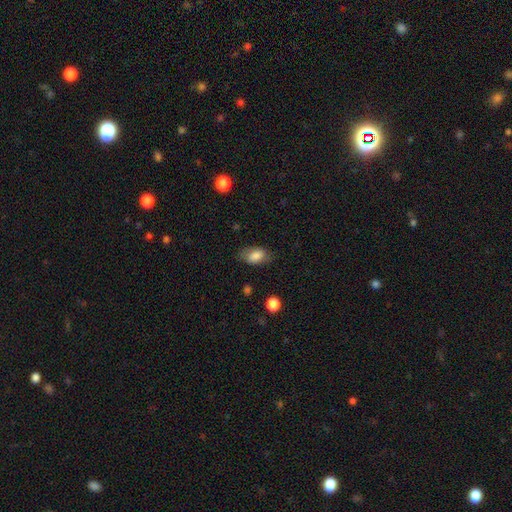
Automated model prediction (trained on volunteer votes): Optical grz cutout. It shows a smooth galaxy with no disk features (81%) that is in between round and cigar-shaped (90%). Merging: none (71%).